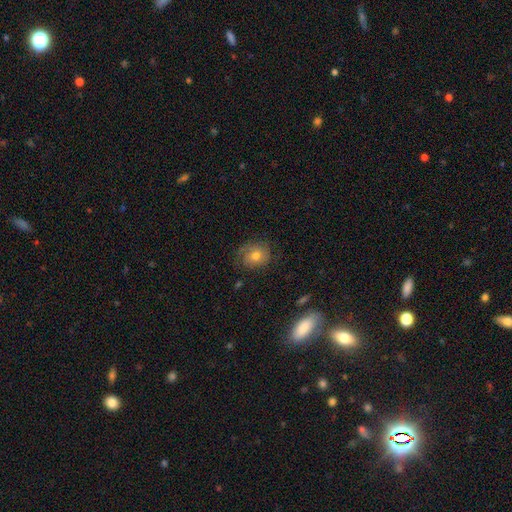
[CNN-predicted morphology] Smooth or featured?
  - smooth: 52% *
  - featured or disk: 37%
  - star or artifact: 11%
How rounded?
  - round: 68% *
  - in between: 31%
  - cigar-shaped: 1%
Merging?
  - none: 69% *
  - minor disturbance: 20%
  - major disturbance: 9%
  - merger: 1%